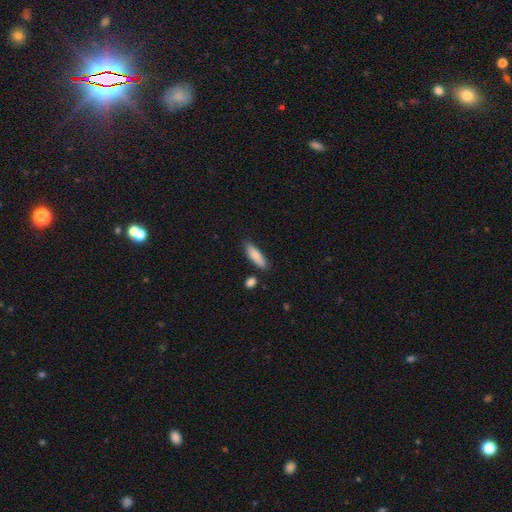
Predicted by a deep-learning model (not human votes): The model was most divided on "how rounded": cigar-shaped: 54%, in between: 44%, round: 2%. More confident: smooth or featured — smooth (84%); merging — none (81%).